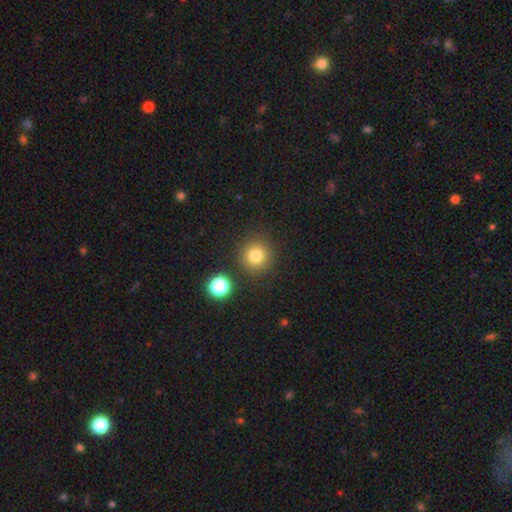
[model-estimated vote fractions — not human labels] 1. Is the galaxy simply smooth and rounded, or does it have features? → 79% smooth, 14% star or artifact, 7% featured or disk.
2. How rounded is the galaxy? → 94% round, 5% in between, 1% cigar-shaped.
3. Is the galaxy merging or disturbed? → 87% none, 7% minor disturbance, 4% merger, 3% major disturbance.